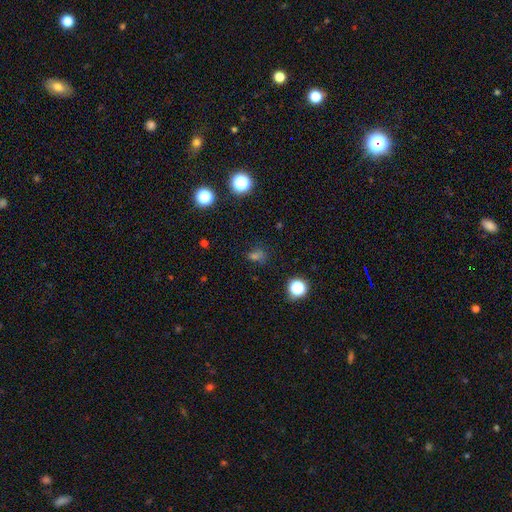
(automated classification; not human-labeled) A smooth galaxy with no disk features (54%) that is round (58%). Merging: none (69%).